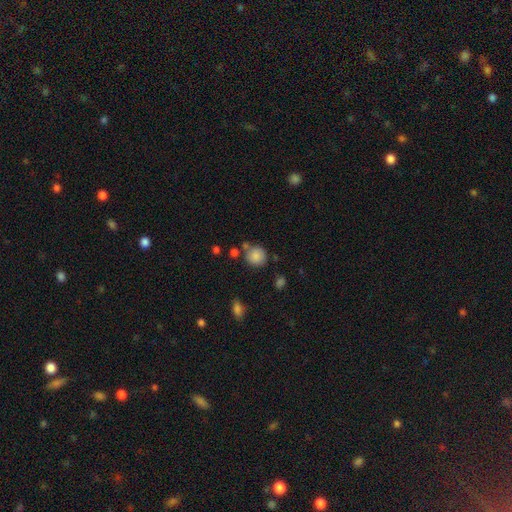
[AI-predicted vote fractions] A smooth galaxy with no disk features (85%) that is round (87%).

Vote fractions:
- Smooth or featured? smooth: 85% / star or artifact: 9% / featured or disk: 6%
- How rounded? round: 87% / in between: 12% / cigar-shaped: 1%
- Merging? none: 68% / minor disturbance: 15% / merger: 12% / major disturbance: 4%